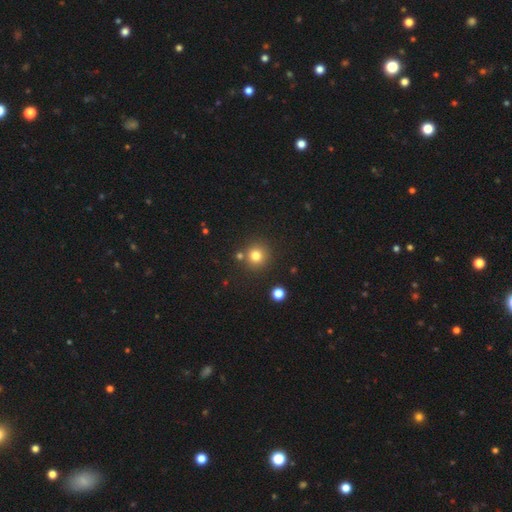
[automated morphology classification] smooth_or_featured: smooth (p=0.78) [alt: star or artifact p=0.15]
how_rounded: round (p=0.94) [alt: in between p=0.05]
merging: none (p=0.81) [alt: merger p=0.09]